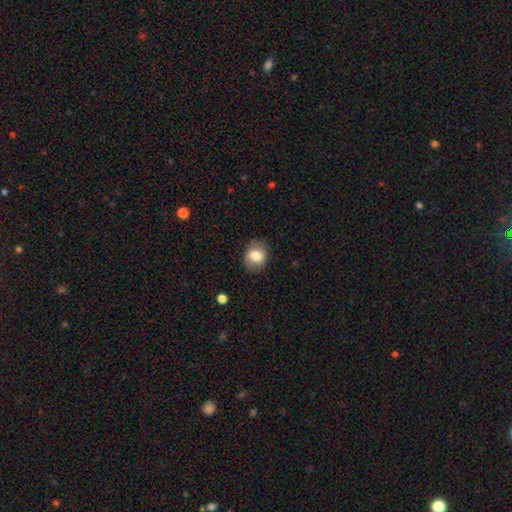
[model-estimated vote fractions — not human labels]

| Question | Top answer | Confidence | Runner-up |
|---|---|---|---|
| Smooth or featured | smooth | 78% | featured or disk (14%) |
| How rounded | round | 51% | in between (48%) |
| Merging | none | 82% | minor disturbance (13%) |